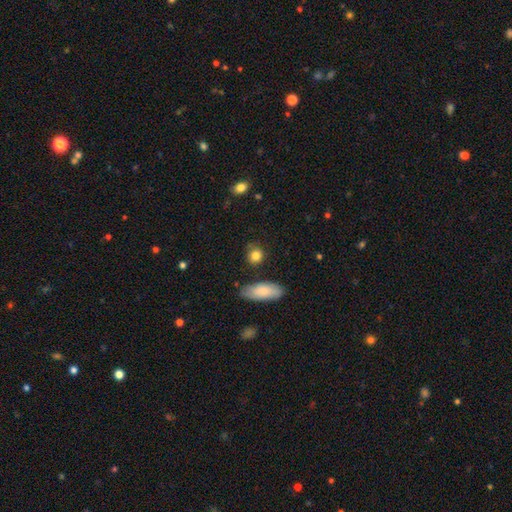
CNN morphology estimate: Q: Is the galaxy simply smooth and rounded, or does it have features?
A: smooth — 84%.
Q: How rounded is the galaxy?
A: round — 72%.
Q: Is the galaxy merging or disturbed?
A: none — 77%.